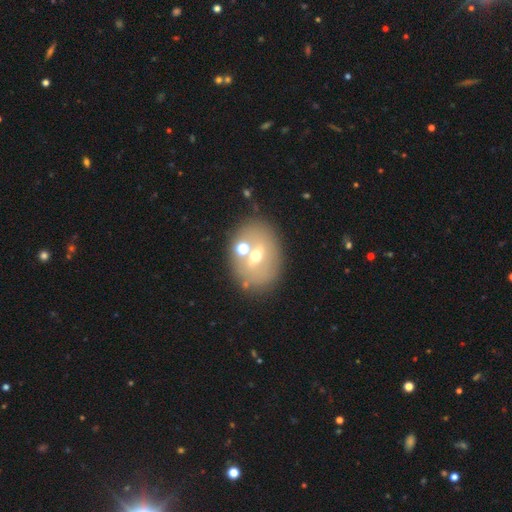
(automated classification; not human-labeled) smooth-or-featured: smooth: 46% | featured or disk: 40% | star or artifact: 14%
  merging: none: 67% | merger: 16% | minor disturbance: 12% | major disturbance: 5%